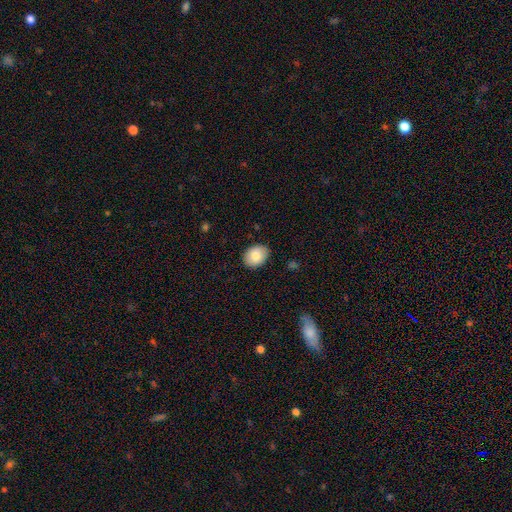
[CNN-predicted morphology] Smooth or featured? Predicted: smooth (p=0.83). How rounded? Predicted: in between (p=0.67). Merging? Predicted: none (p=0.86).